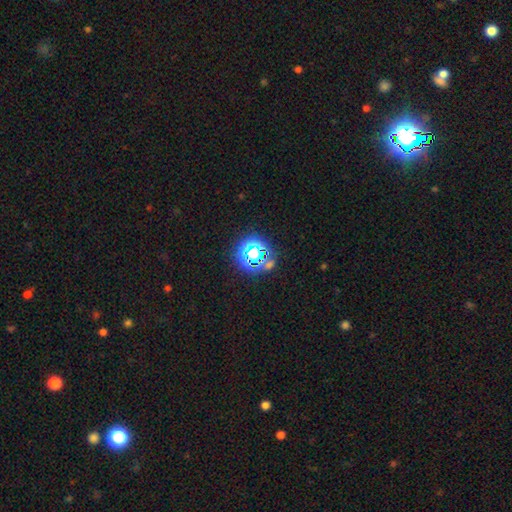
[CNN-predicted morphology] Smooth or featured: star or artifact — 71% (smooth — 20%)